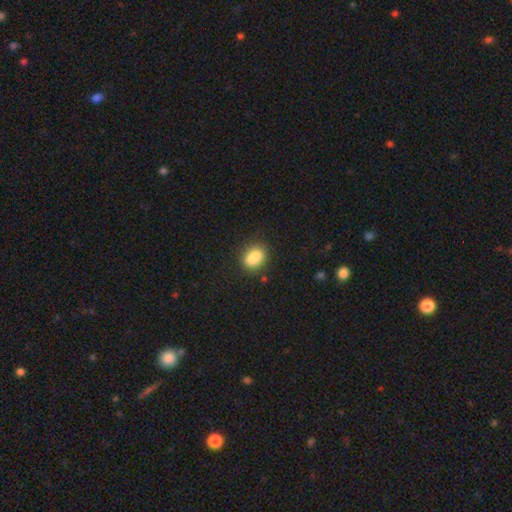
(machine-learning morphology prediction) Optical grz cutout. It shows a smooth galaxy with no disk features (81%) that is in between round and cigar-shaped (65%). Merging: none (60%).